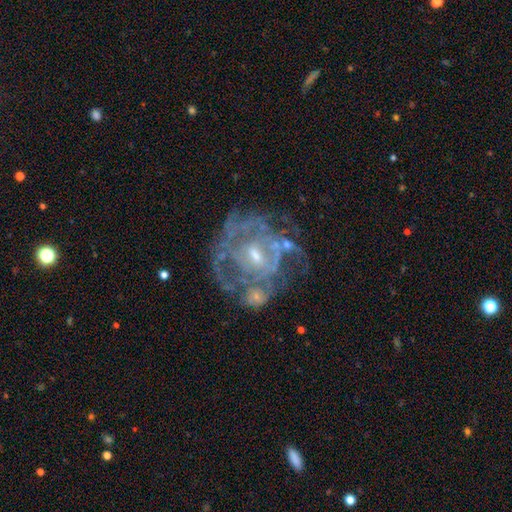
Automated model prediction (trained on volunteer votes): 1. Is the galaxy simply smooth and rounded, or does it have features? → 81% featured or disk, 10% smooth, 9% star or artifact.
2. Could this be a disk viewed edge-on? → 97% no, 3% yes.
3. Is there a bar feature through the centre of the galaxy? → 53% no, 37% weak, 10% strong.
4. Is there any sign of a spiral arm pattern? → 66% yes, 34% no.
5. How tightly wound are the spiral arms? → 59% tight, 29% medium, 12% loose.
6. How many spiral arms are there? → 55% can't tell, 16% 2, 12% 3, 7% 4, 6% 1, 4% more than 4.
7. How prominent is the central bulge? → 54% small, 39% moderate, 4% none, 2% large, 1% dominant.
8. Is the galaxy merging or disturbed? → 49% none, 20% minor disturbance, 20% major disturbance, 12% merger.